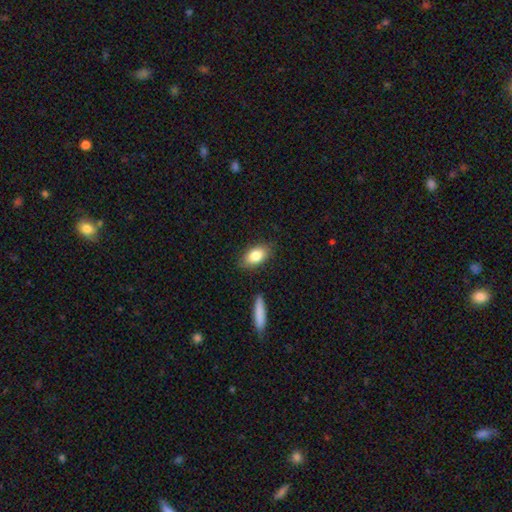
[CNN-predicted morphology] smooth-or-featured: smooth: 81% | featured or disk: 12% | star or artifact: 7%
  how-rounded: in between: 88% | round: 7% | cigar-shaped: 5%
  merging: none: 83% | minor disturbance: 12% | major disturbance: 3% | merger: 2%